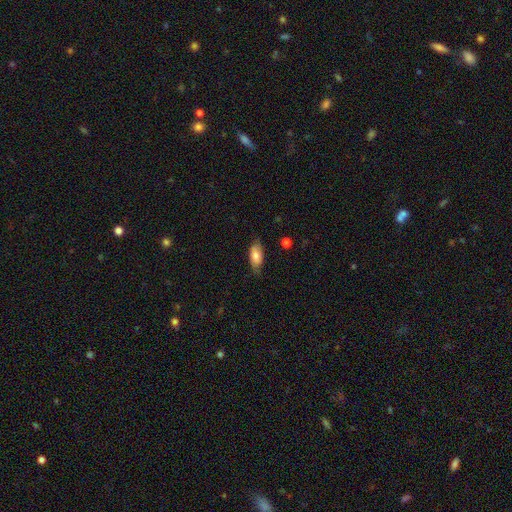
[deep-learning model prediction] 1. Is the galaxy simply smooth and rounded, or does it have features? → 70% smooth, 23% featured or disk, 7% star or artifact.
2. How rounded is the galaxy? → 89% in between, 7% cigar-shaped, 3% round.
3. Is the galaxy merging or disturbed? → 71% none, 23% minor disturbance, 4% major disturbance, 1% merger.